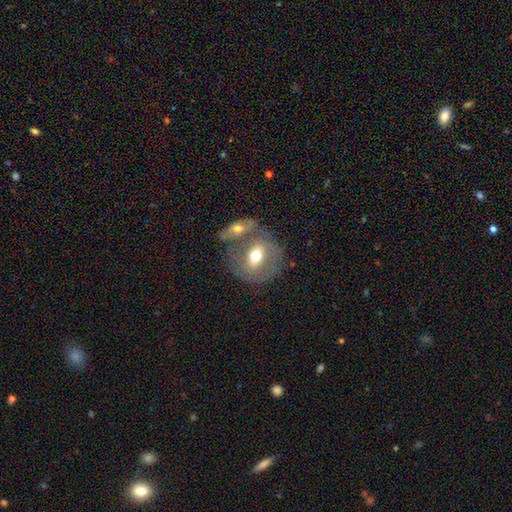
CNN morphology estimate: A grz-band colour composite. It shows a smooth galaxy with no disk features (48%). Merging: none (49%).